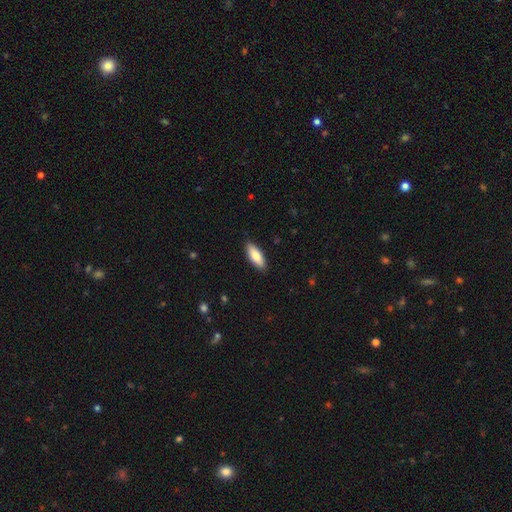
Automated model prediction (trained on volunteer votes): smooth_or_featured: smooth (p=0.79) [alt: featured or disk p=0.15]
how_rounded: in between (p=0.67) [alt: cigar-shaped p=0.32]
merging: none (p=0.89) [alt: minor disturbance p=0.08]